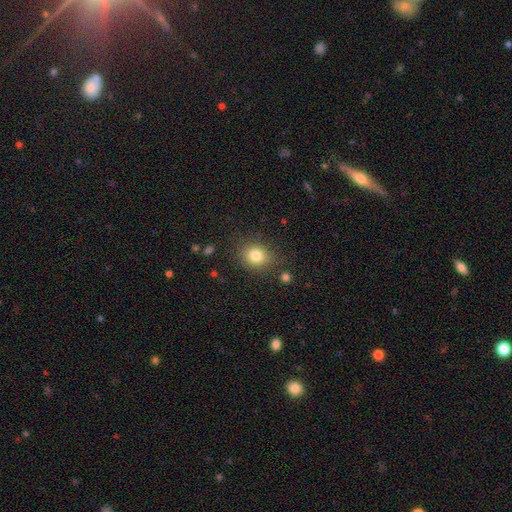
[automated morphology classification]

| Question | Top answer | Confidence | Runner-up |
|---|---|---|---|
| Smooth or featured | smooth | 81% | star or artifact (11%) |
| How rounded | round | 64% | in between (35%) |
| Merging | none | 80% | minor disturbance (13%) |